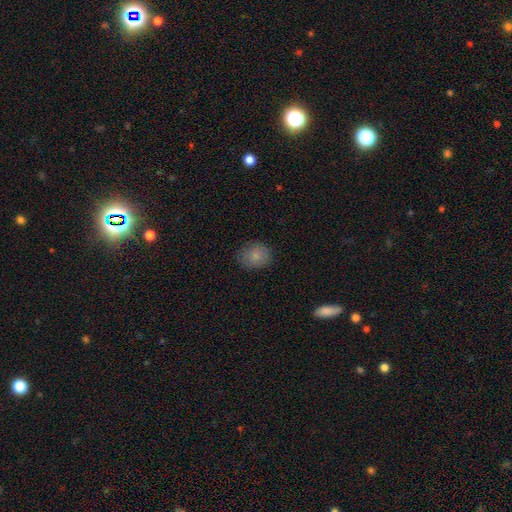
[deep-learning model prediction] Smooth or featured? Predicted: smooth (p=0.84). How rounded? Predicted: round (p=0.59). Merging? Predicted: none (p=0.80).